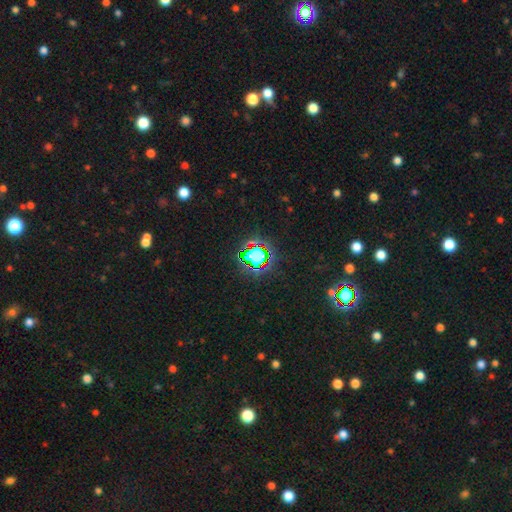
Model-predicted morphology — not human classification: A star or artifact, not a galaxy (67%).